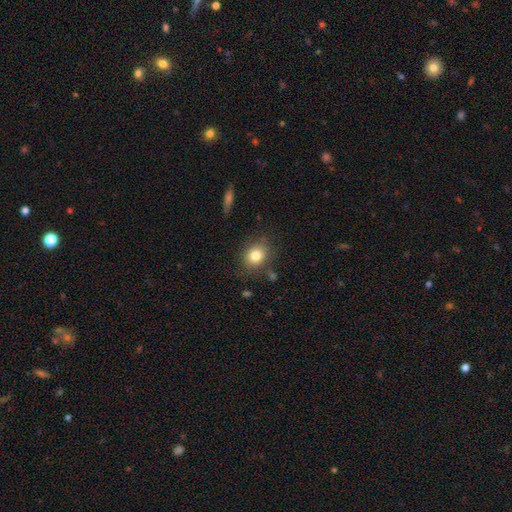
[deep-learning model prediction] A smooth galaxy with no disk features (81%) that is round (59%).

Vote fractions:
- Smooth or featured? smooth: 81% / star or artifact: 10% / featured or disk: 9%
- How rounded? round: 59% / in between: 40% / cigar-shaped: 1%
- Merging? none: 80% / minor disturbance: 13% / major disturbance: 4% / merger: 3%